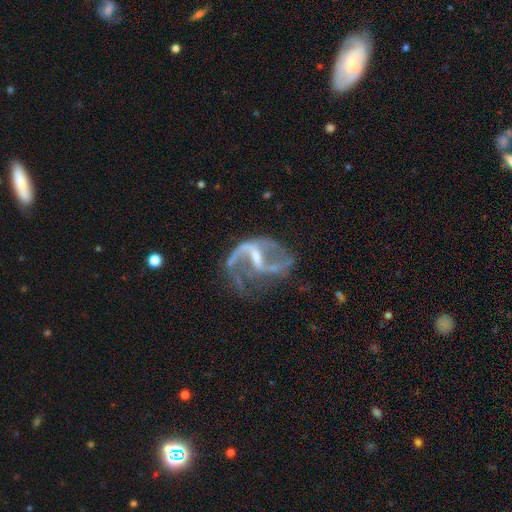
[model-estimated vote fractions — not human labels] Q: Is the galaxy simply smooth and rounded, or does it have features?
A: featured or disk — 88%.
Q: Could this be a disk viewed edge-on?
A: no — 97%.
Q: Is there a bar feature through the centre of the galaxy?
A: weak — 45%.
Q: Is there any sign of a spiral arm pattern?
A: yes — 90%.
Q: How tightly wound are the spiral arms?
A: loose — 65%.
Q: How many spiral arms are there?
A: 2 — 76%.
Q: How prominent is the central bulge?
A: small — 55%.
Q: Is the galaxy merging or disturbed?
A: none — 43%.